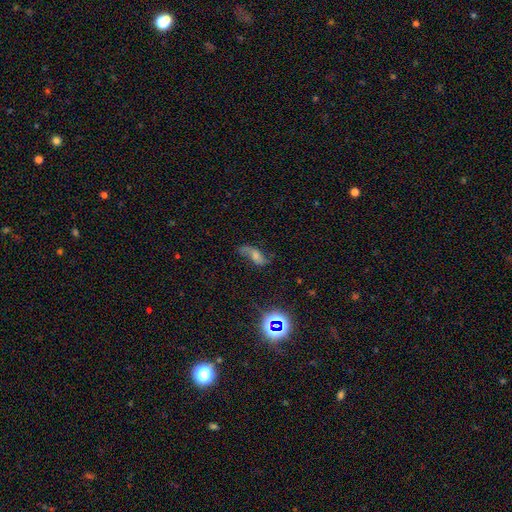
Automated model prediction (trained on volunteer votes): smooth-or-featured: featured or disk: 48% | smooth: 35% | star or artifact: 17%
  merging: none: 45% | minor disturbance: 27% | major disturbance: 24% | merger: 5%